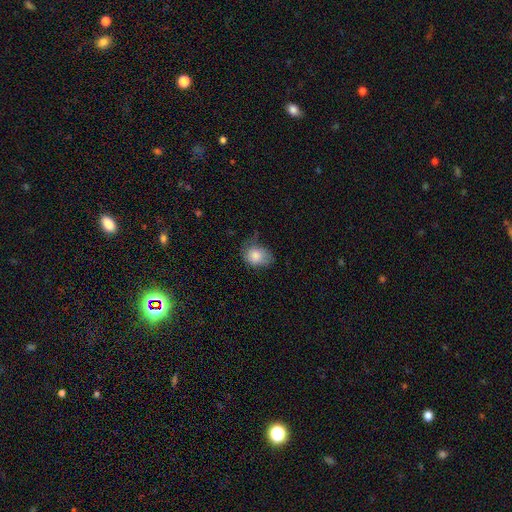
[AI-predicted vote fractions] This appears to be a smooth galaxy with no disk features (82%) that is in between round and cigar-shaped (57%). Merging: none (41%).